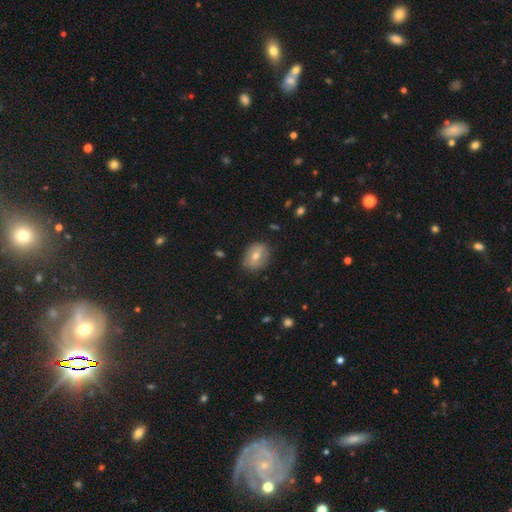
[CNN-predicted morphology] A smooth galaxy with no disk features (50%) that is in between round and cigar-shaped (51%).

Vote fractions:
- Smooth or featured? smooth: 50% / featured or disk: 39% / star or artifact: 10%
- How rounded? in between: 51% / round: 47% / cigar-shaped: 1%
- Merging? none: 81% / minor disturbance: 15% / major disturbance: 4% / merger: 1%